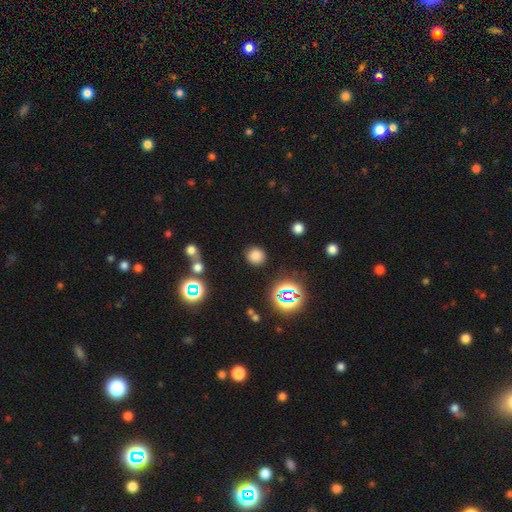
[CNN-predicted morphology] Smooth or featured? smooth (74%)
How rounded? round (88%)
Merging? none (86%)